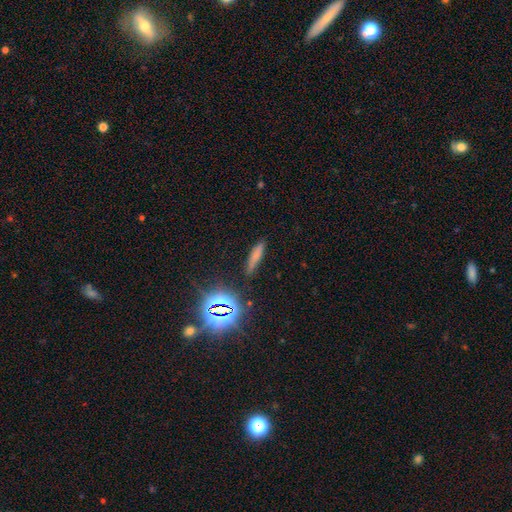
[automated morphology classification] smooth-or-featured: smooth: 67% | star or artifact: 19% | featured or disk: 14%
  how-rounded: cigar-shaped: 85% | in between: 12% | round: 3%
  merging: none: 83% | minor disturbance: 12% | major disturbance: 3% | merger: 2%